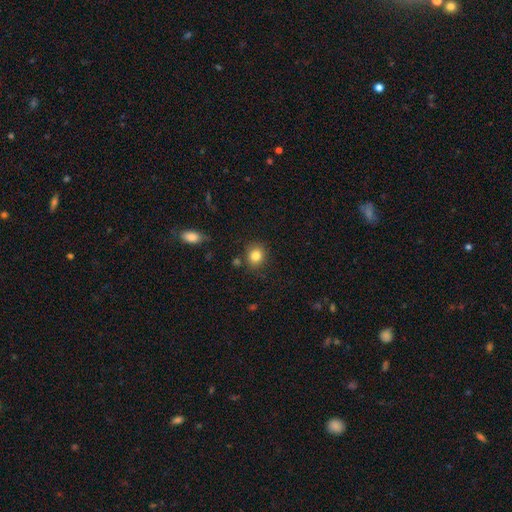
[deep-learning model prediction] Smooth or featured? Predicted: smooth (p=0.83). How rounded? Predicted: round (p=0.76). Merging? Predicted: none (p=0.84).